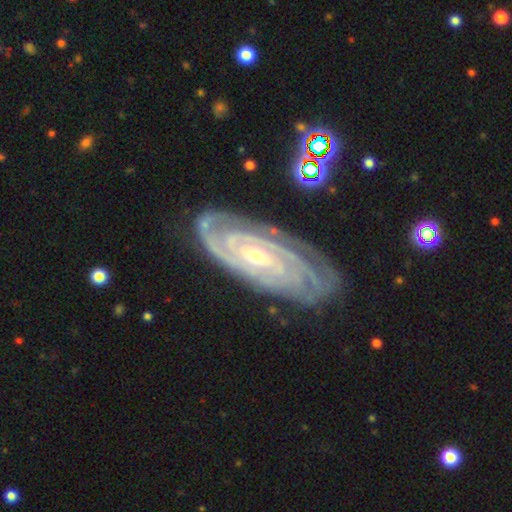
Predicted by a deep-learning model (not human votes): Overall: featured or disk (91%). Edge-on disk: no (93%). Bar: no (45%; weak 35%). Spiral arms: yes (98%). Spiral arm count: 3 (23%, tied with can't tell and 2). Spiral winding: tight (84%). Bulge size: small (58%; moderate 39%). Merging: none (79%).